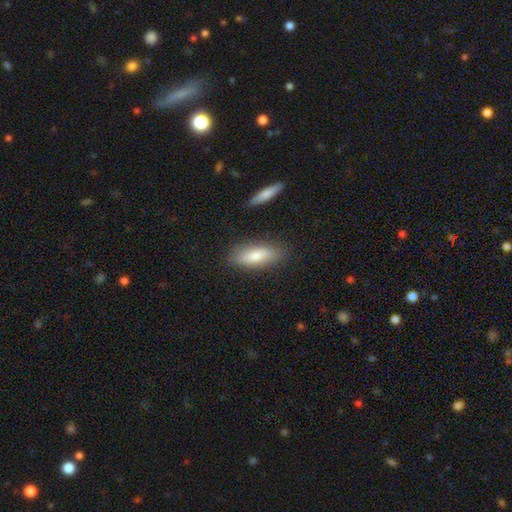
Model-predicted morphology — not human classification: Smooth or featured?
  - smooth: 76% *
  - featured or disk: 18%
  - star or artifact: 6%
How rounded?
  - in between: 66% *
  - cigar-shaped: 31%
  - round: 2%
Merging?
  - none: 83% *
  - minor disturbance: 12%
  - major disturbance: 3%
  - merger: 3%